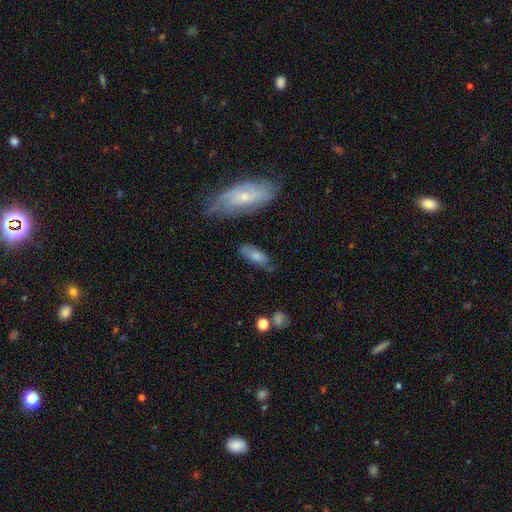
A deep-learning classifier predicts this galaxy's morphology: A smooth galaxy with no disk features (69%) that is in between round and cigar-shaped (76%).

Vote fractions:
- Smooth or featured? smooth: 69% / featured or disk: 24% / star or artifact: 8%
- How rounded? in between: 76% / cigar-shaped: 21% / round: 3%
- Merging? none: 62% / minor disturbance: 24% / major disturbance: 8% / merger: 5%